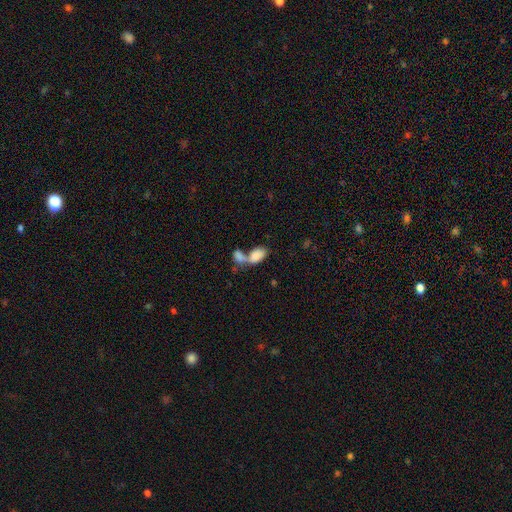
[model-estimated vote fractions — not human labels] A smooth galaxy with no disk features (82%) that is in between round and cigar-shaped (92%).

Vote fractions:
- Smooth or featured? smooth: 82% / featured or disk: 10% / star or artifact: 8%
- How rounded? in between: 92% / round: 5% / cigar-shaped: 2%
- Merging? merger: 67% / none: 21% / minor disturbance: 7% / major disturbance: 6%